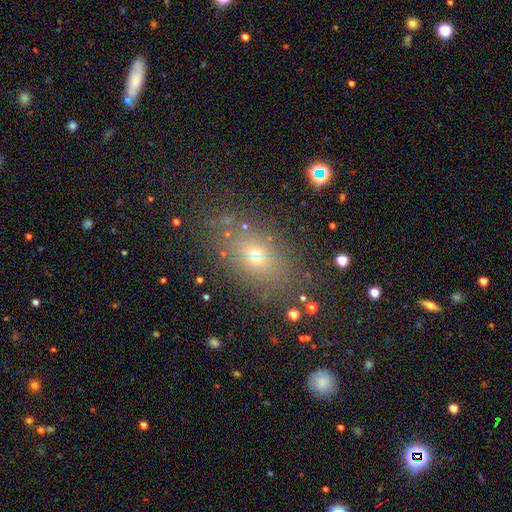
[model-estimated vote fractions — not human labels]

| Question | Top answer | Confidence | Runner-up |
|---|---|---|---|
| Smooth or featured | smooth | 61% | star or artifact (23%) |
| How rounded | in between | 69% | round (27%) |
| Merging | none | 81% | minor disturbance (11%) |